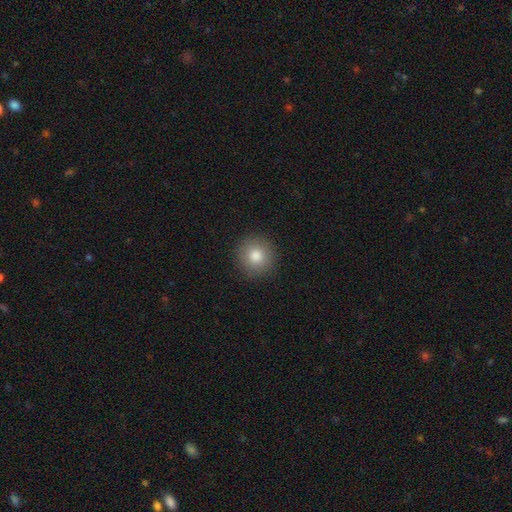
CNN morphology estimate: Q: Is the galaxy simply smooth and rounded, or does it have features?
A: smooth — 82%.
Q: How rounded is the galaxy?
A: round — 94%.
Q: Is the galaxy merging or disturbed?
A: none — 91%.